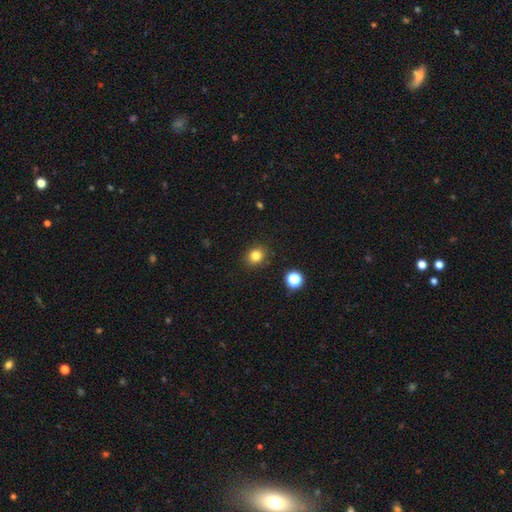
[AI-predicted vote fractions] This appears to be a smooth galaxy with no disk features (81%) that is round (75%). Merging: none (89%).